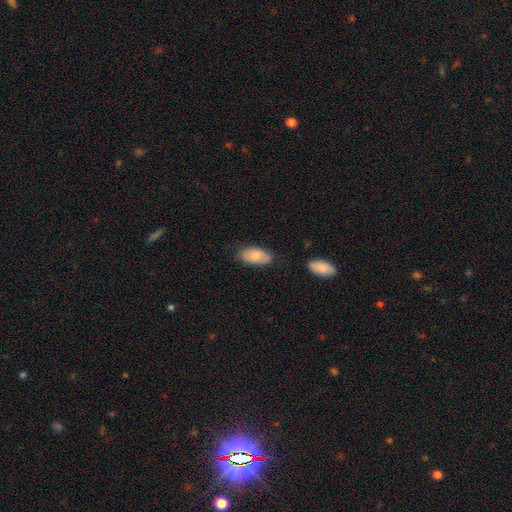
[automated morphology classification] A smooth galaxy with no disk features (79%) that is in between round and cigar-shaped (93%).

Vote fractions:
- Smooth or featured? smooth: 79% / featured or disk: 15% / star or artifact: 6%
- How rounded? in between: 93% / cigar-shaped: 4% / round: 3%
- Merging? none: 76% / minor disturbance: 18% / major disturbance: 3% / merger: 2%